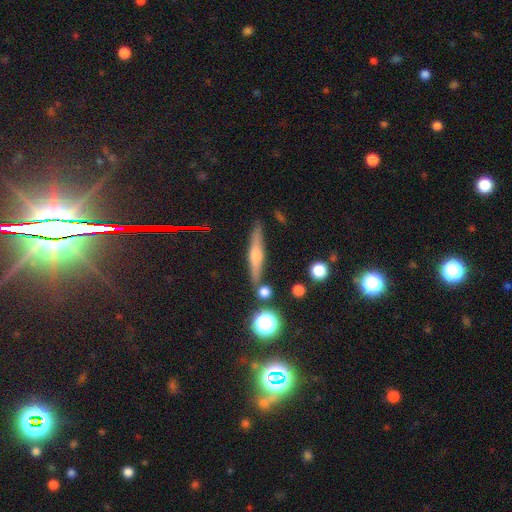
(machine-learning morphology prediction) Smooth or featured?
  - featured or disk: 65% *
  - smooth: 22%
  - star or artifact: 13%
Edge-on disk?
  - yes: 96% *
  - no: 4%
Edge-on bulge?
  - rounded: 87% *
  - none: 7%
  - boxy: 6%
Merging?
  - none: 85% *
  - minor disturbance: 8%
  - merger: 4%
  - major disturbance: 2%